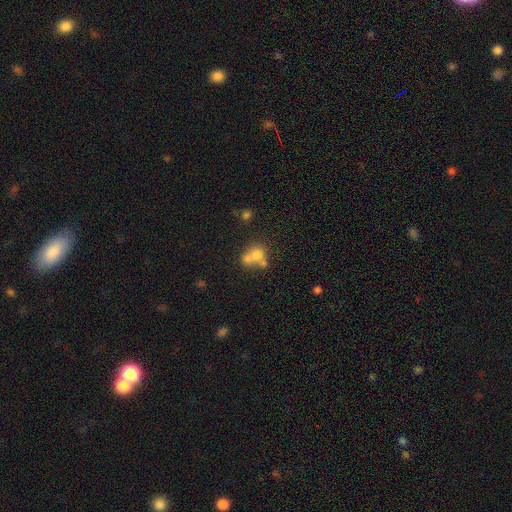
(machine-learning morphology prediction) smooth-or-featured: smooth: 64% | featured or disk: 21% | star or artifact: 14%
  how-rounded: round: 64% | in between: 34% | cigar-shaped: 1%
  merging: merger: 57% | none: 28% | minor disturbance: 9% | major disturbance: 6%